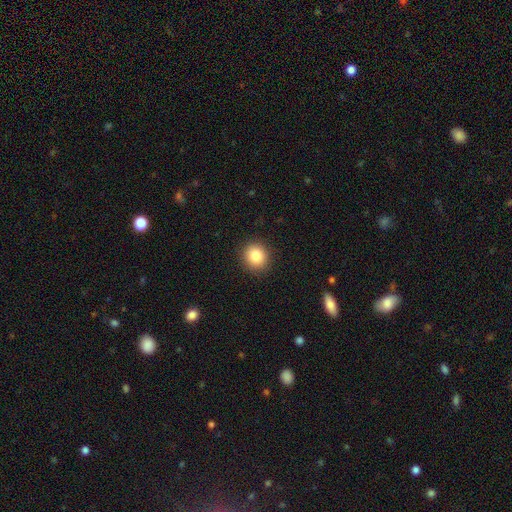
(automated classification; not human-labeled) Overall: smooth (85%). How rounded: round (85%). Merging: none (90%).